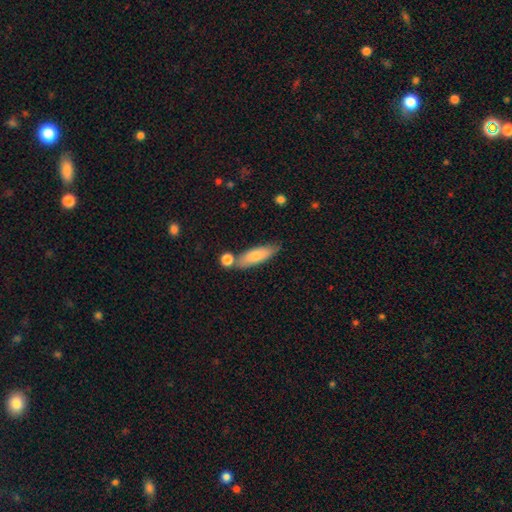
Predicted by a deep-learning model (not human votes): The model was most divided on "how rounded": cigar-shaped: 52%, in between: 46%, round: 2%. More confident: smooth or featured — smooth (78%); merging — none (67%).